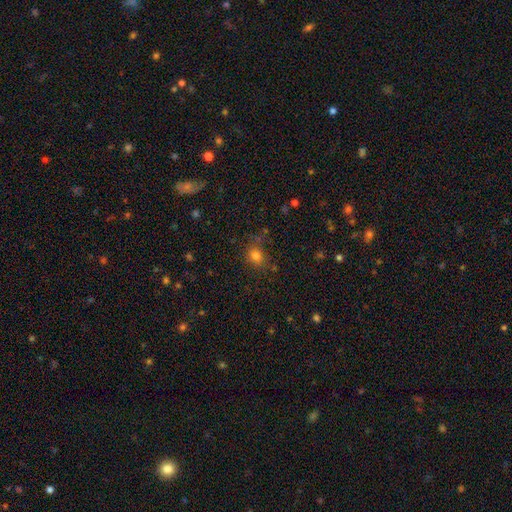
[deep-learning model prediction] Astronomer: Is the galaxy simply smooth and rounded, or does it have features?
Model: smooth — 79%.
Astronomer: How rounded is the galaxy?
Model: round — 67%.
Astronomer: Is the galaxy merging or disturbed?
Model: none — 76%.